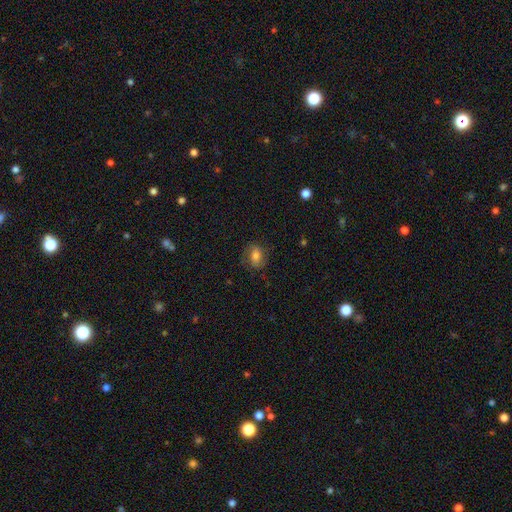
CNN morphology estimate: The model was most divided on "how rounded": in between: 68%, round: 30%, cigar-shaped: 2%. More confident: merging — none (73%); smooth or featured — smooth (69%).